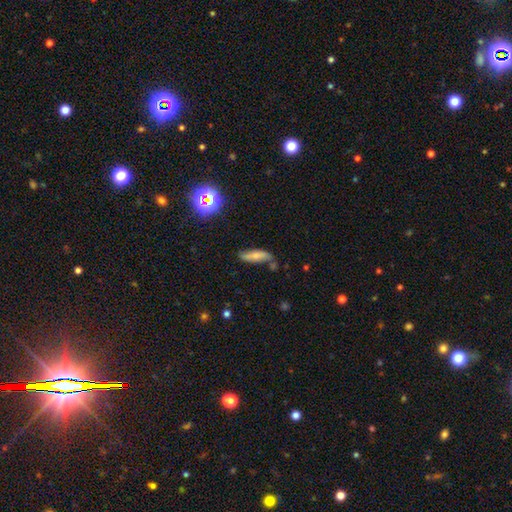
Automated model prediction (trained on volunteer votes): A smooth galaxy with no disk features (61%) that is cigar-shaped (55%). Merging: none (64%).